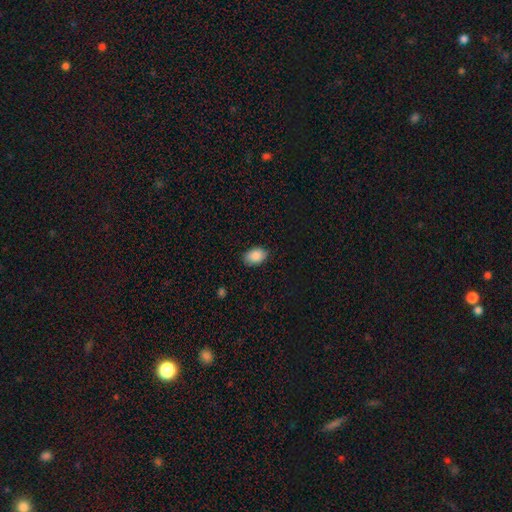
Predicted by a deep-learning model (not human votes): Morphology: type=smooth (88%); roundness=in between (83%); merging=none (86%).